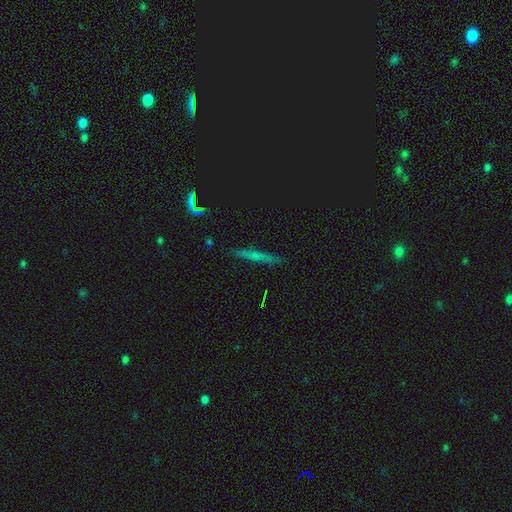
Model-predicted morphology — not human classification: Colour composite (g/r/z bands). It shows a smooth galaxy with no disk features (47%). Merging: none (86%).